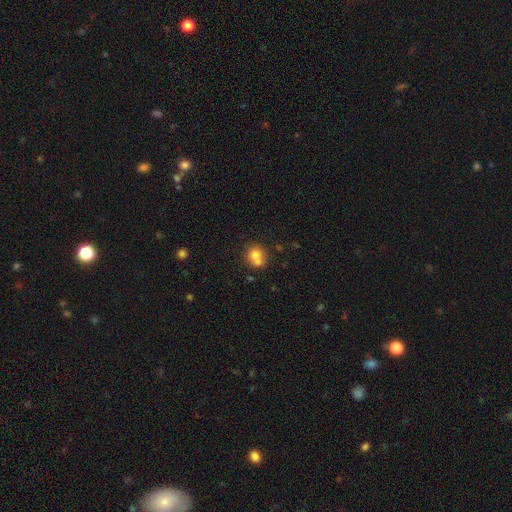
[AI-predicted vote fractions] Smooth or featured? Predicted: smooth (p=0.73). How rounded? Predicted: round (p=0.75). Merging? Predicted: merger (p=0.47).